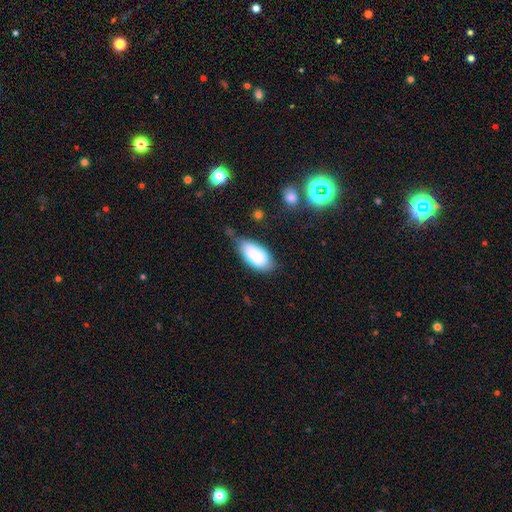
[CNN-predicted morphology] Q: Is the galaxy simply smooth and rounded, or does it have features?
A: smooth — 80%.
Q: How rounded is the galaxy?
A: in between — 93%.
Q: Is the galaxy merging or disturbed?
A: none — 45%.